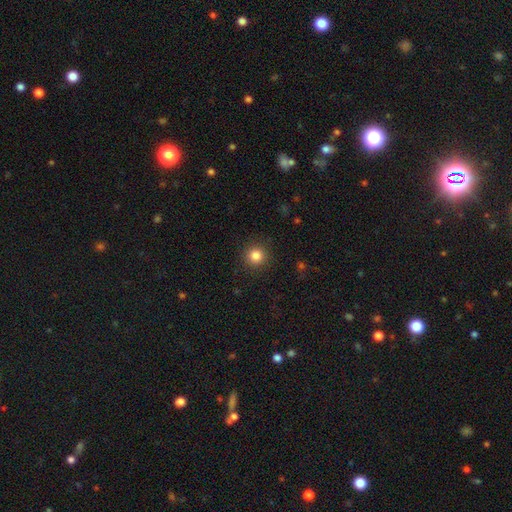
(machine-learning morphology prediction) type=smooth (84%); roundness=round (94%); merging=none (91%).